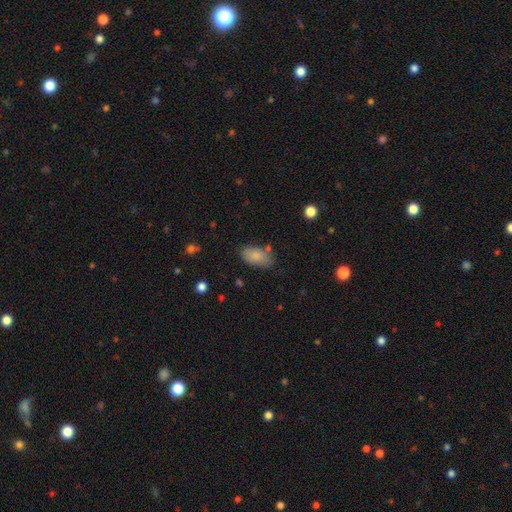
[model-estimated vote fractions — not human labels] smooth 84%, featured or disk 9%, star or artifact 7%. Down the decision tree: how rounded — in between (93%); merging — none (72%).